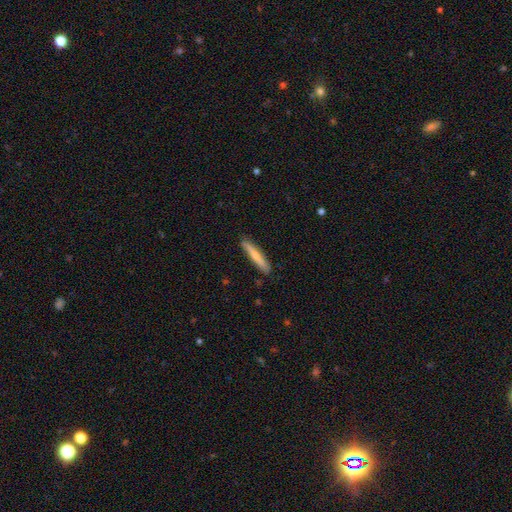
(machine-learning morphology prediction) smooth 65%, featured or disk 30%, star or artifact 5%. Down the decision tree: how rounded — cigar-shaped (93%); merging — none (85%).